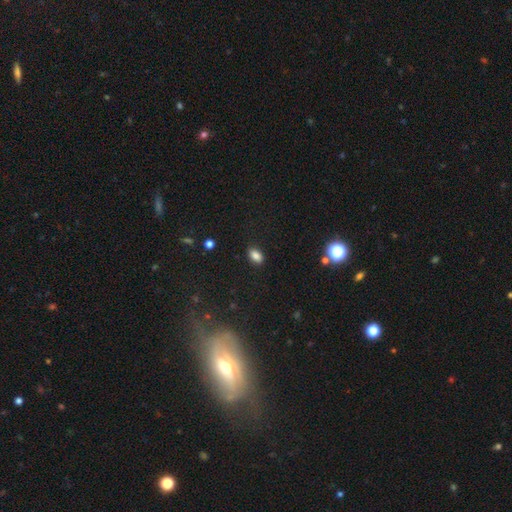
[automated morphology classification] This is clearly a smooth galaxy (84%). How rounded: clearly in between (88%). Merging: clearly none (86%).